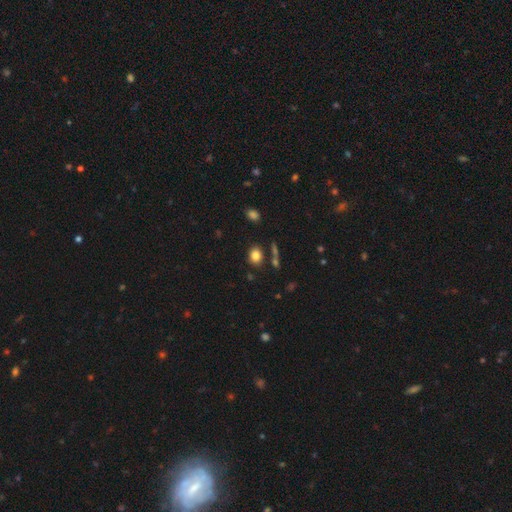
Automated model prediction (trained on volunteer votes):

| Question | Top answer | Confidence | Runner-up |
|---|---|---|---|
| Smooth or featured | smooth | 82% | star or artifact (11%) |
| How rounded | in between | 54% | round (44%) |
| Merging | none | 78% | minor disturbance (10%) |